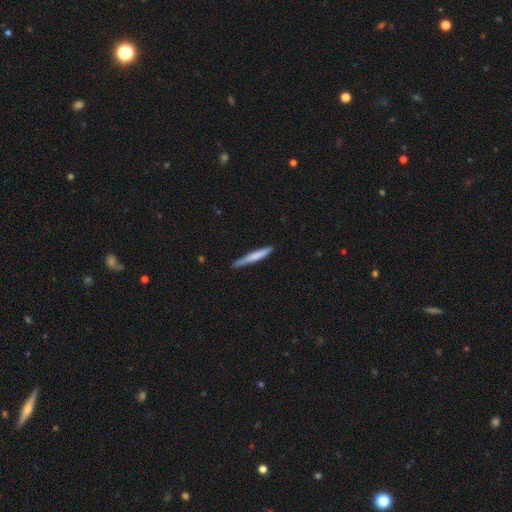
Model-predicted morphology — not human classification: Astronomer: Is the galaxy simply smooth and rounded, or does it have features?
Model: smooth — 65%.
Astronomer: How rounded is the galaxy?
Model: cigar-shaped — 96%.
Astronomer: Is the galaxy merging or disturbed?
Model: none — 81%.